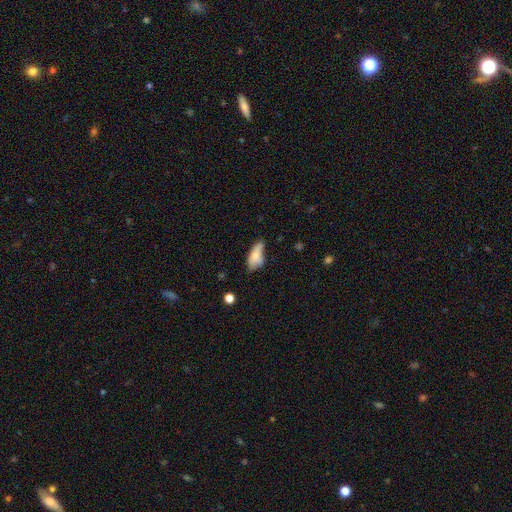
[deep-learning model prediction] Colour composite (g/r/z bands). It shows a smooth galaxy with no disk features (71%) that is in between round and cigar-shaped (86%). Merging: minor disturbance (38%).